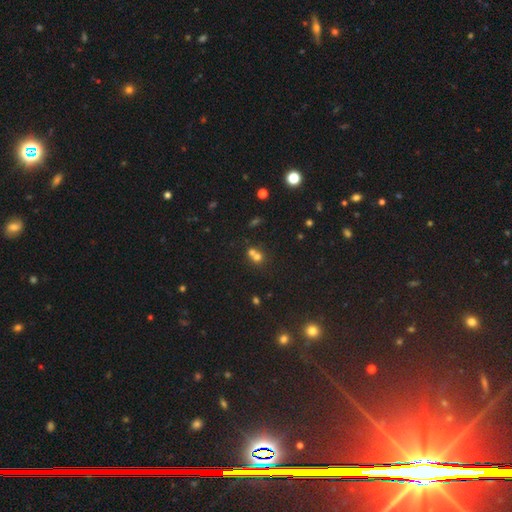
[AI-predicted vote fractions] A smooth galaxy with no disk features (61%) that is round (79%). Merging: merger (56%).